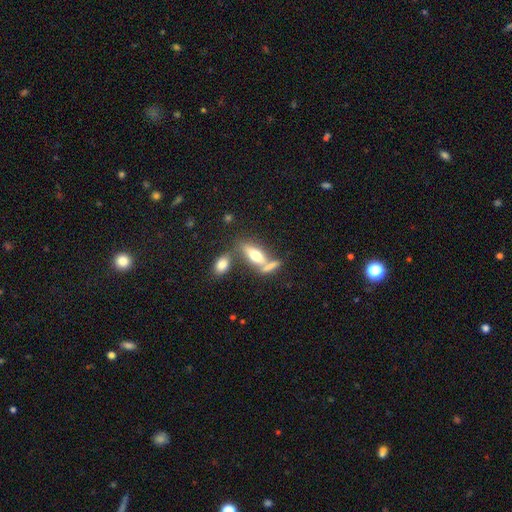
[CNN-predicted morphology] Smooth or featured?
  - smooth: 50% *
  - featured or disk: 42%
  - star or artifact: 8%
Merging?
  - none: 49% *
  - merger: 34%
  - minor disturbance: 11%
  - major disturbance: 6%